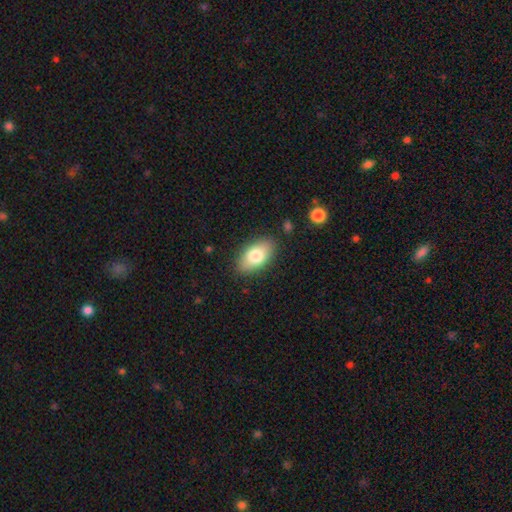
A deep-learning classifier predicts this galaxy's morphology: type=smooth (77%); roundness=in between (93%); merging=none (85%).